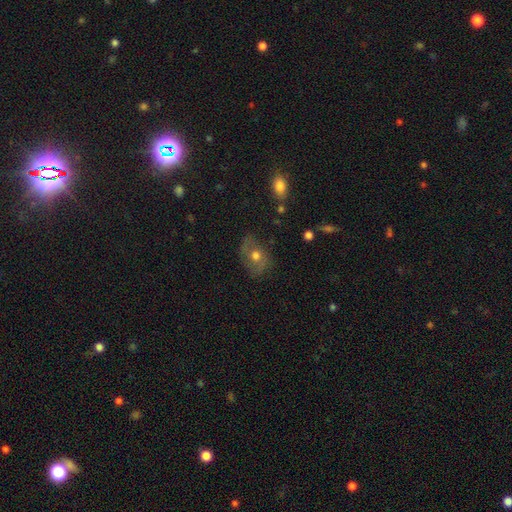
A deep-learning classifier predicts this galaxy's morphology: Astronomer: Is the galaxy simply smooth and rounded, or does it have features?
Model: smooth — 44% (runner-up: featured or disk, 42%).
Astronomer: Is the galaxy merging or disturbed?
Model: none — 73%.